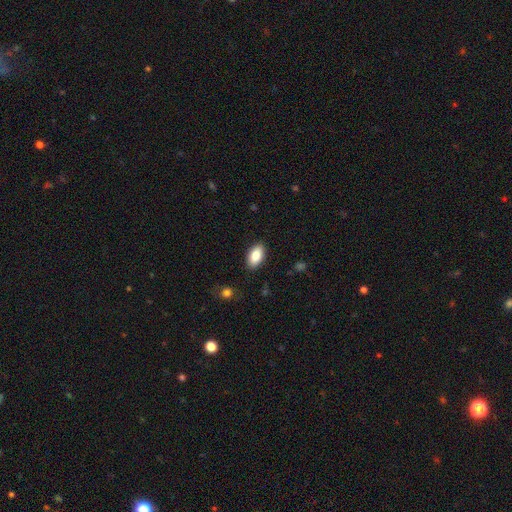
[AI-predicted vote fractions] A smooth galaxy with no disk features (85%) that is in between round and cigar-shaped (93%).

Vote fractions:
- Smooth or featured? smooth: 85% / featured or disk: 9% / star or artifact: 7%
- How rounded? in between: 93% / round: 4% / cigar-shaped: 3%
- Merging? none: 88% / minor disturbance: 9% / major disturbance: 2% / merger: 1%